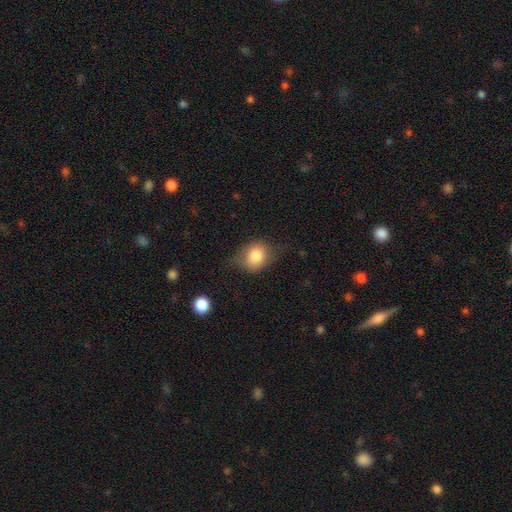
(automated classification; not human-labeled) A smooth galaxy with no disk features (77%) that is round (55%).

Vote fractions:
- Smooth or featured? smooth: 77% / featured or disk: 14% / star or artifact: 9%
- How rounded? round: 55% / in between: 43% / cigar-shaped: 1%
- Merging? none: 57% / minor disturbance: 30% / major disturbance: 12% / merger: 2%